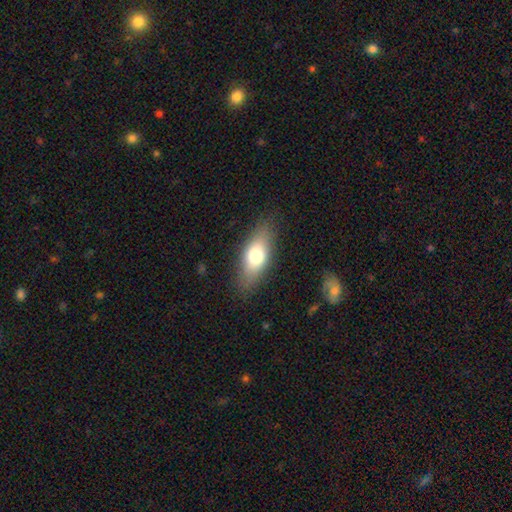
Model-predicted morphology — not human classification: Smooth or featured? Predicted: smooth (p=0.72). How rounded? Predicted: in between (p=0.79). Merging? Predicted: none (p=0.83).